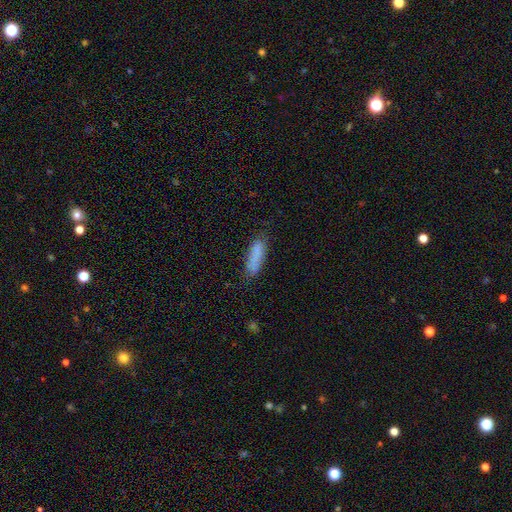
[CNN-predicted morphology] smooth-or-featured: smooth: 82% | featured or disk: 10% | star or artifact: 8%
  how-rounded: cigar-shaped: 53% | in between: 46% | round: 2%
  merging: none: 66% | minor disturbance: 25% | major disturbance: 7% | merger: 3%